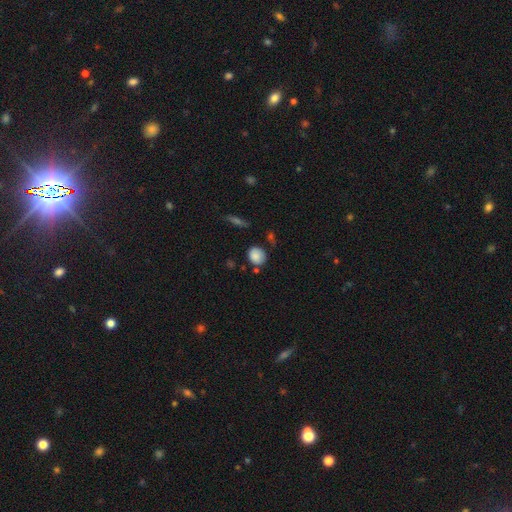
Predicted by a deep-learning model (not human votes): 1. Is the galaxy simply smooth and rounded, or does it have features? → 85% smooth, 9% star or artifact, 7% featured or disk.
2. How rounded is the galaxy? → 71% round, 28% in between, 1% cigar-shaped.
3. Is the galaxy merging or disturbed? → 73% none, 17% minor disturbance, 6% merger, 4% major disturbance.